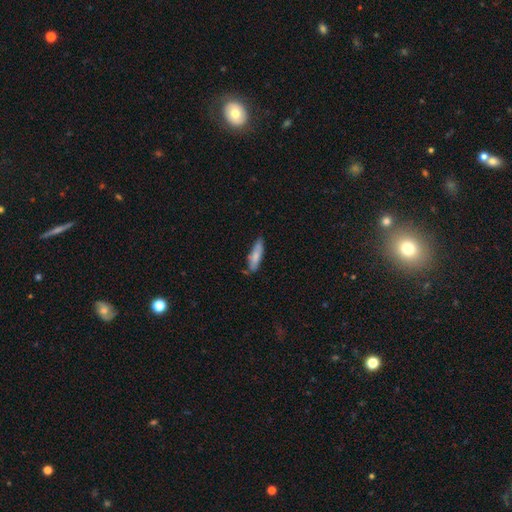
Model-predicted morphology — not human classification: This is likely a smooth galaxy (76%). How rounded: likely cigar-shaped (65%). Merging: likely none (73%).